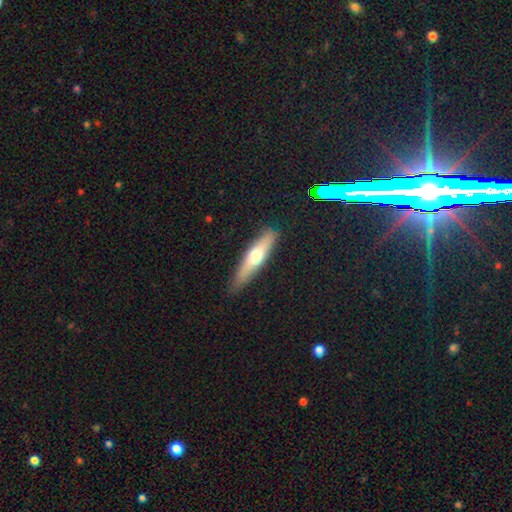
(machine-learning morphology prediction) This appears to be a smooth galaxy with no disk features (54%) that is cigar-shaped (78%). Merging: none (85%).